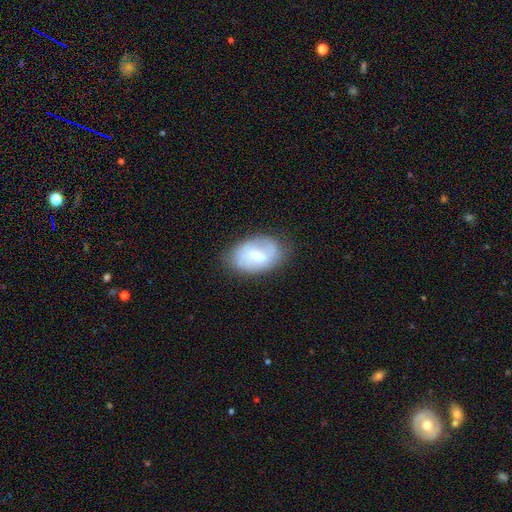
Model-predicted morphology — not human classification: A featured or disk galaxy (46%, tied with smooth). Merging: none (62%).